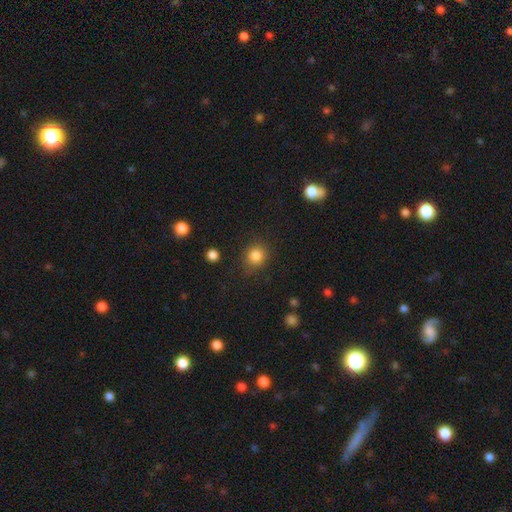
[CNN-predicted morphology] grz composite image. It shows a smooth galaxy with no disk features (84%) that is round (85%). Merging: none (82%).